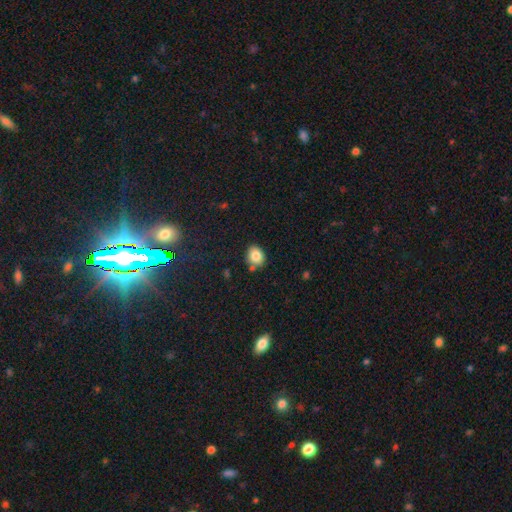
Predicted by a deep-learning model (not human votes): smooth 83%, star or artifact 9%, featured or disk 8%. Down the decision tree: how rounded — round (53%); merging — none (78%).